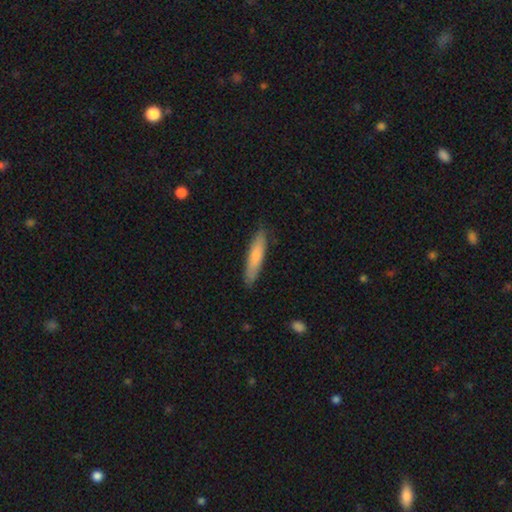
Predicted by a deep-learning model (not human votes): Overall: smooth (75%). How rounded: cigar-shaped (85%). Merging: none (86%).